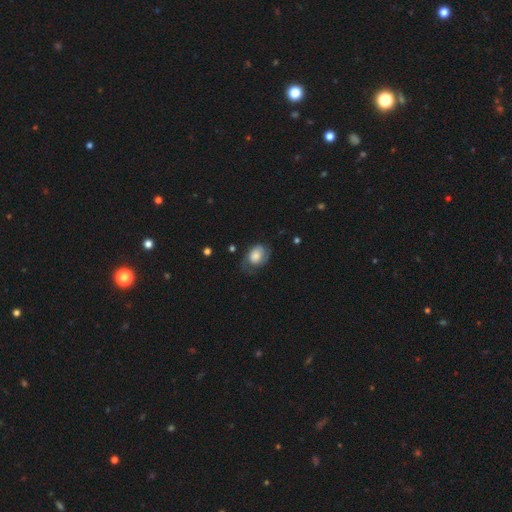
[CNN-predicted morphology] smooth 55%, featured or disk 37%, star or artifact 8%. Down the decision tree: how rounded — in between (67%); merging — none (50%).